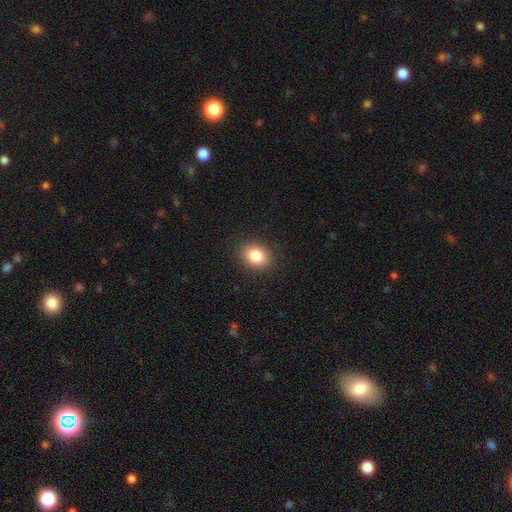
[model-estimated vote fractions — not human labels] This appears to be a smooth galaxy with no disk features (83%) that is in between round and cigar-shaped (54%). Merging: none (89%).